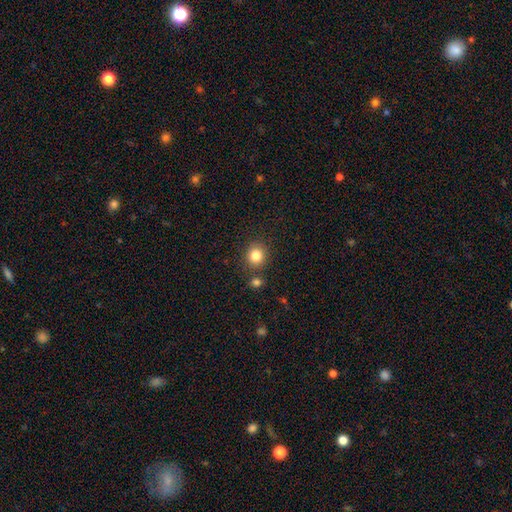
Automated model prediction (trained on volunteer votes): Smooth or featured? Predicted: smooth (p=0.84). How rounded? Predicted: round (p=0.84). Merging? Predicted: none (p=0.81).